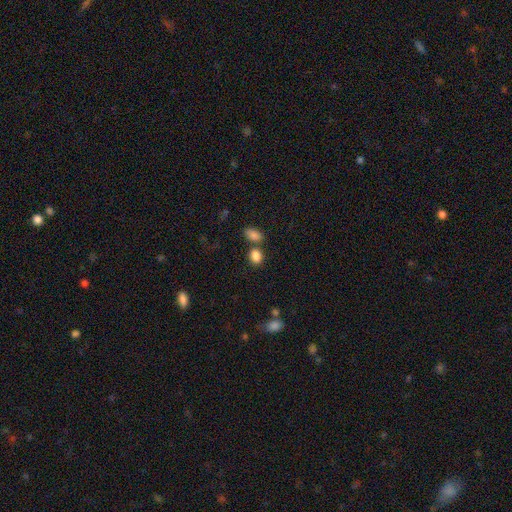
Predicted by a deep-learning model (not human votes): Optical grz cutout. It shows a smooth galaxy with no disk features (85%) that is in between round and cigar-shaped (61%). Merging: none (60%).